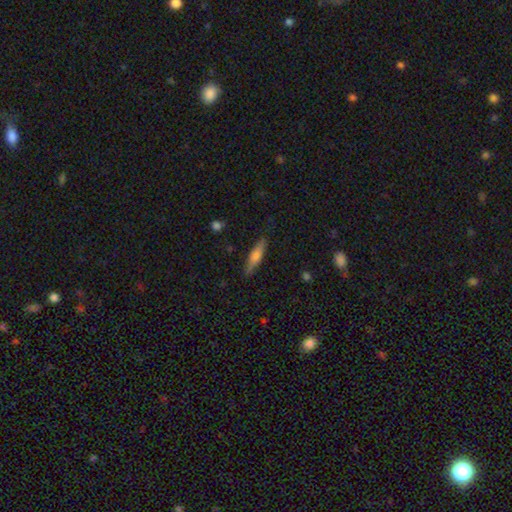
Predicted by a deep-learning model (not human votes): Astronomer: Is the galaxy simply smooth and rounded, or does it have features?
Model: smooth — 63%.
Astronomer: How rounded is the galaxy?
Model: cigar-shaped — 76%.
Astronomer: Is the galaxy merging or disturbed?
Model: none — 85%.